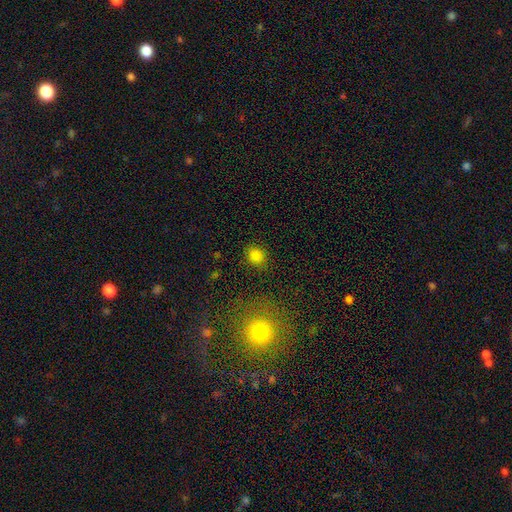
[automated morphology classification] The model was most divided on "how rounded": round: 67%, in between: 32%, cigar-shaped: 1%. More confident: merging — none (86%); smooth or featured — smooth (83%).